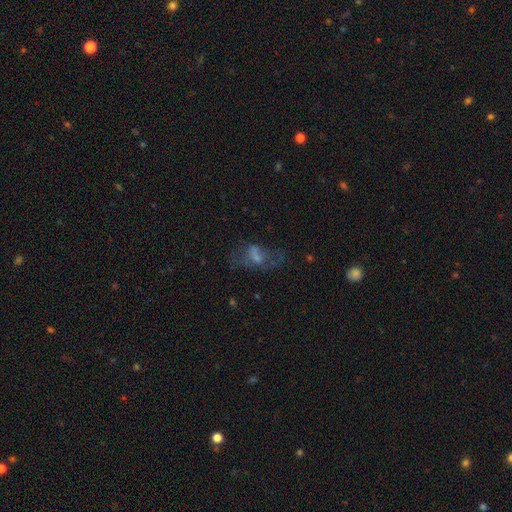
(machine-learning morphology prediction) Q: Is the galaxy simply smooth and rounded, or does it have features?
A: featured or disk — 43%.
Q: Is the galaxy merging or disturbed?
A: none — 42%.